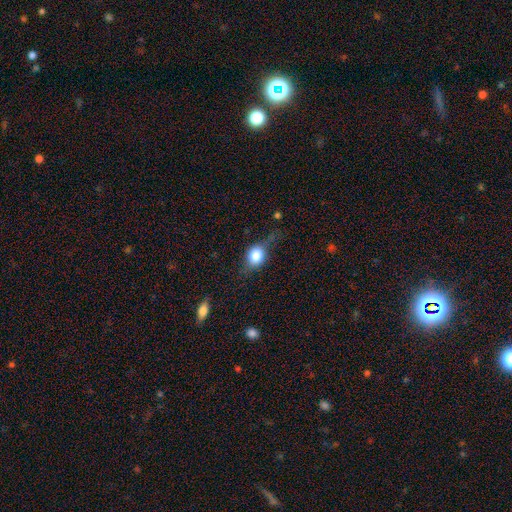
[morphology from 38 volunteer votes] Smooth or featured? smooth (71%)
How rounded? in between (56%)
Merging? none (46%)